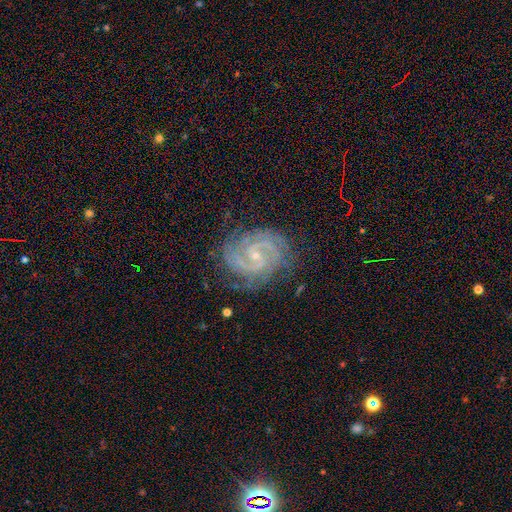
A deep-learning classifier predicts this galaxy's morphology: A featured or disk galaxy (90%) with no bar (45%), 2 (58%) tight (68%) spiral arms (99%) and a small central bulge (80%).

Vote fractions:
- Smooth or featured? featured or disk: 90% / star or artifact: 6% / smooth: 4%
- Edge-on disk? no: 98% / yes: 2%
- Bar? no: 45% / weak: 39% / strong: 15%
- Spiral arms? yes: 99% / no: 1%
- Spiral winding? tight: 68% / medium: 28% / loose: 4%
- Spiral arm count? 2: 58% / 3: 16% / can't tell: 9% / 4: 8% / more than 4: 5% / 1: 4%
- Bulge size? small: 80% / moderate: 16% / none: 2% / large: 1% / dominant: 1%
- Merging? none: 78% / minor disturbance: 15% / major disturbance: 5% / merger: 1%